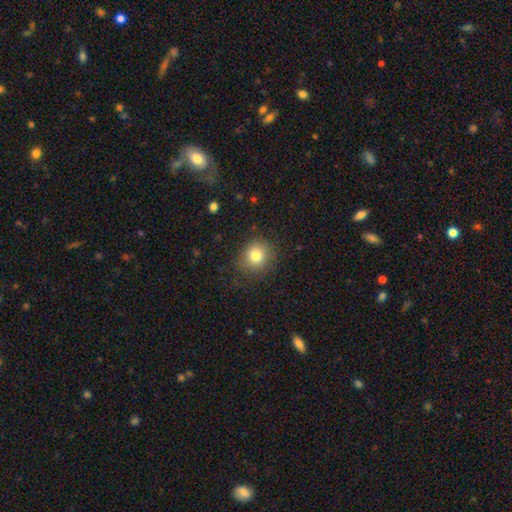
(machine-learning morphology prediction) type=smooth (80%); roundness=round (84%); merging=none (84%).